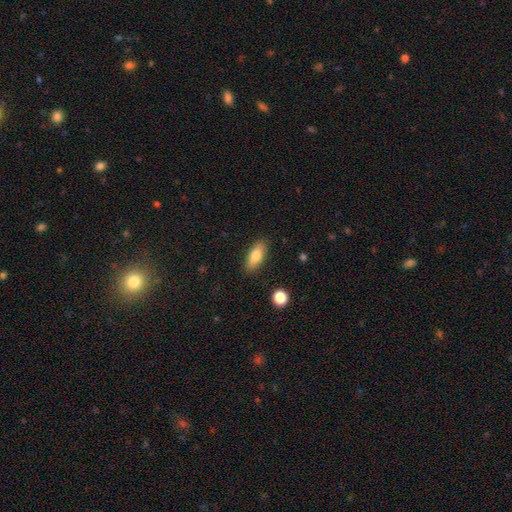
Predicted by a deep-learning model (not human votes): The model was most divided on "how rounded": in between: 76%, cigar-shaped: 21%, round: 3%. More confident: merging — none (87%); smooth or featured — smooth (75%).